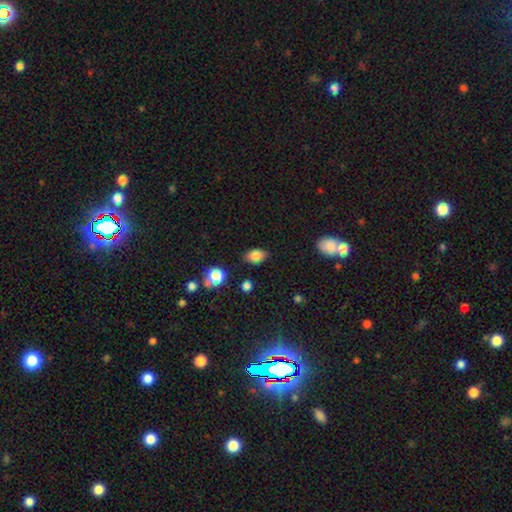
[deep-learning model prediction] The model was most divided on "how rounded": in between: 81%, round: 17%, cigar-shaped: 2%. More confident: smooth or featured — smooth (83%); merging — none (80%).